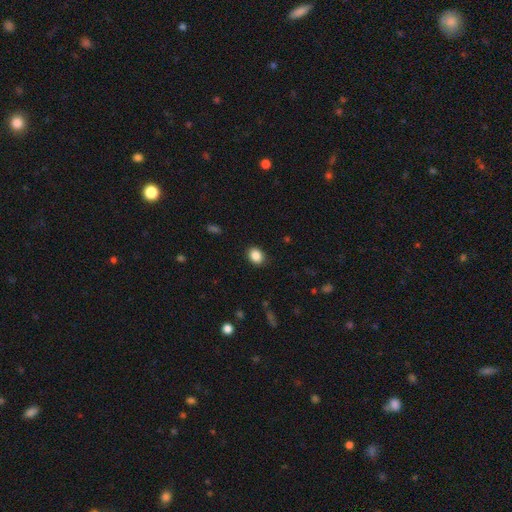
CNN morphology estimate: Smooth or featured? Predicted: smooth (p=0.88). How rounded? Predicted: in between (p=0.56). Merging? Predicted: none (p=0.89).